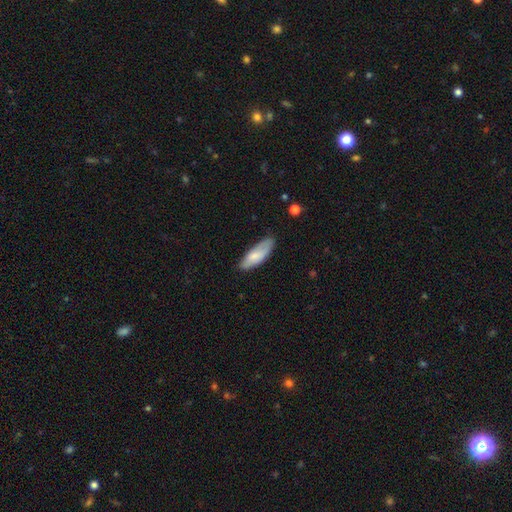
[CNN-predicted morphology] Overall: smooth (75%). How rounded: in between (67%; cigar-shaped 31%). Merging: none (73%).